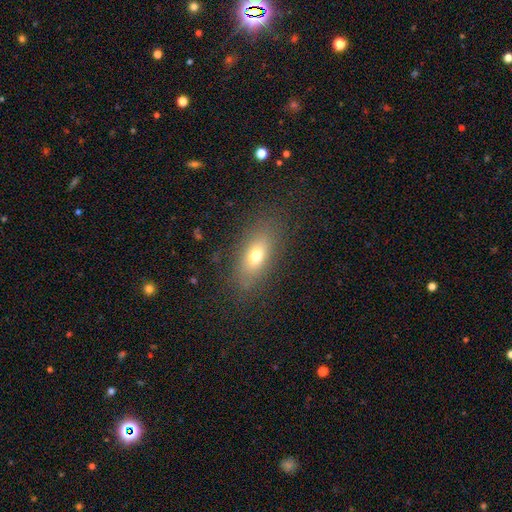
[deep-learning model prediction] smooth-or-featured: smooth: 68% | featured or disk: 20% | star or artifact: 12%
  how-rounded: in between: 76% | cigar-shaped: 15% | round: 8%
  merging: none: 82% | minor disturbance: 11% | major disturbance: 5% | merger: 1%